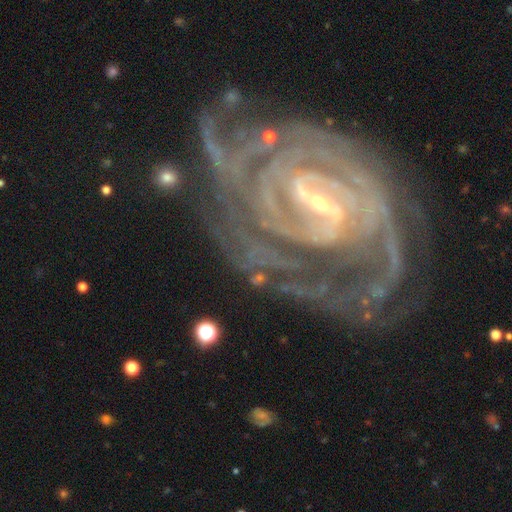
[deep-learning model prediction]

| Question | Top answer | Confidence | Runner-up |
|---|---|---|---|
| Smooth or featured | featured or disk | 91% | star or artifact (5%) |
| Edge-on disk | no | 97% | yes (3%) |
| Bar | strong | 59% | weak (31%) |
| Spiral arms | yes | 98% | no (2%) |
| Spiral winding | tight | 69% | medium (25%) |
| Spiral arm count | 2 | 23% | can't tell (21%) |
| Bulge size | small | 78% | moderate (17%) |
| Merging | none | 58% | minor disturbance (19%) |